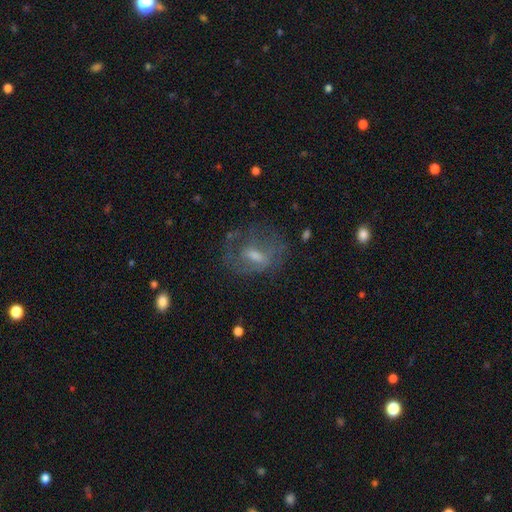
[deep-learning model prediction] This appears to be a featured or disk galaxy (55%) with a weak bar (48%), no spiral arms (52%) and a moderate central bulge (44%). Merging: none (49%).